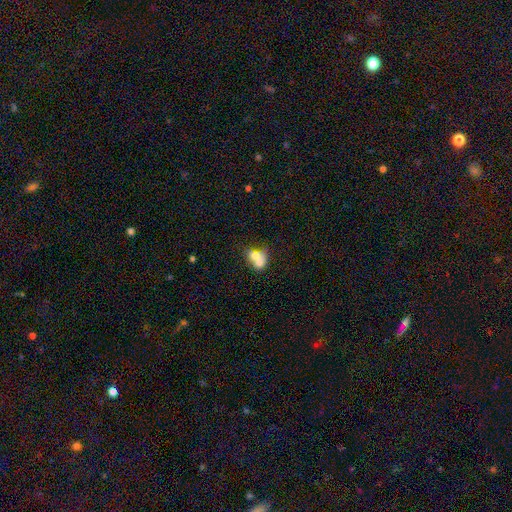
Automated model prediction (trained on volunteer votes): A smooth galaxy with no disk features (65%) that is in between round and cigar-shaped (59%). Merging: merger (68%).